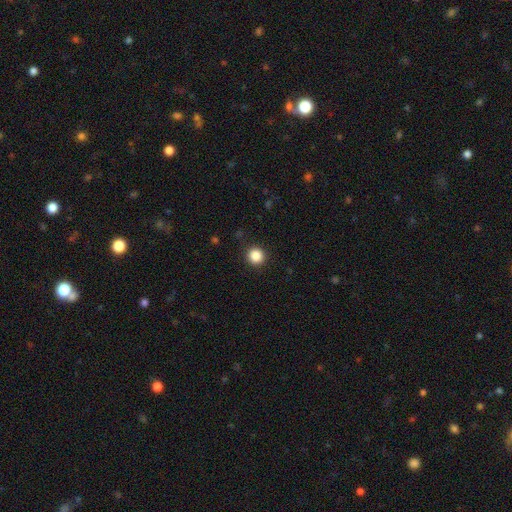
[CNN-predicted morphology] A smooth galaxy with no disk features (87%) that is round (94%).

Vote fractions:
- Smooth or featured? smooth: 87% / star or artifact: 10% / featured or disk: 3%
- How rounded? round: 94% / in between: 5% / cigar-shaped: 1%
- Merging? none: 91% / minor disturbance: 6% / major disturbance: 2% / merger: 1%